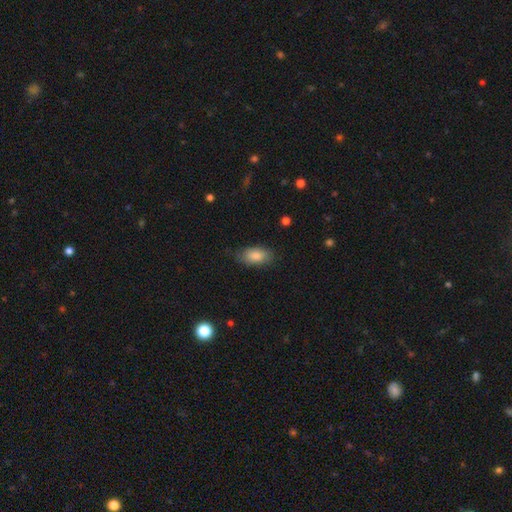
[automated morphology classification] type=smooth (85%); roundness=in between (91%); merging=none (75%).